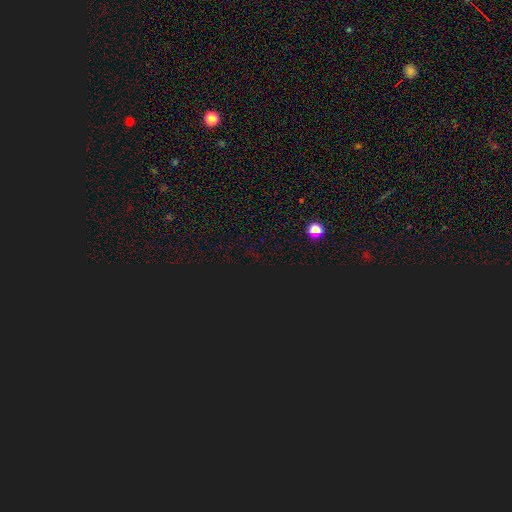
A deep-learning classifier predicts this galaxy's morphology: Smooth or featured: star or artifact — 81% (smooth — 13%)